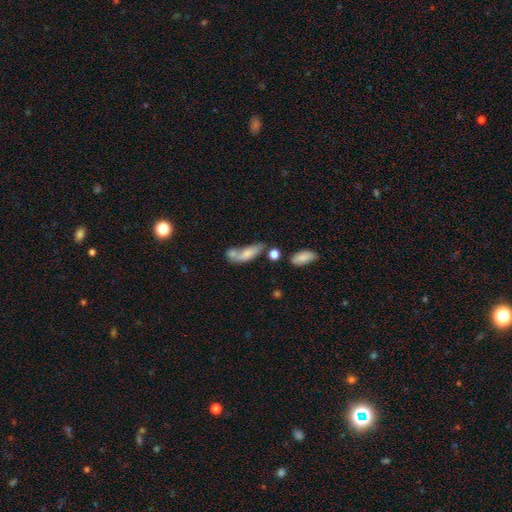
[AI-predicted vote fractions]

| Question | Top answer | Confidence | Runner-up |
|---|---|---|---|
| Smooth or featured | star or artifact | 47% | smooth (31%) |